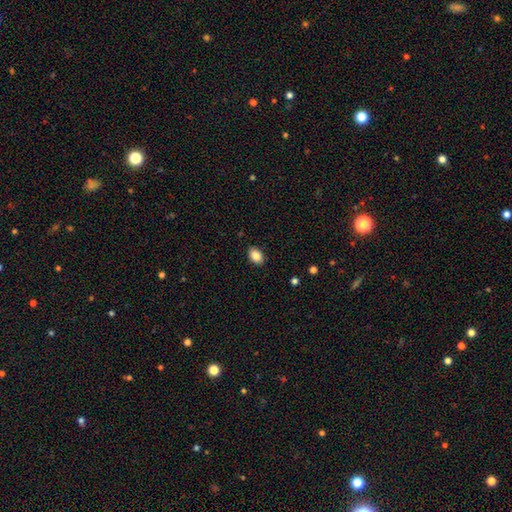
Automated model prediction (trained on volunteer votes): smooth 86%, star or artifact 8%, featured or disk 6%. Down the decision tree: how rounded — in between (88%); merging — none (89%).